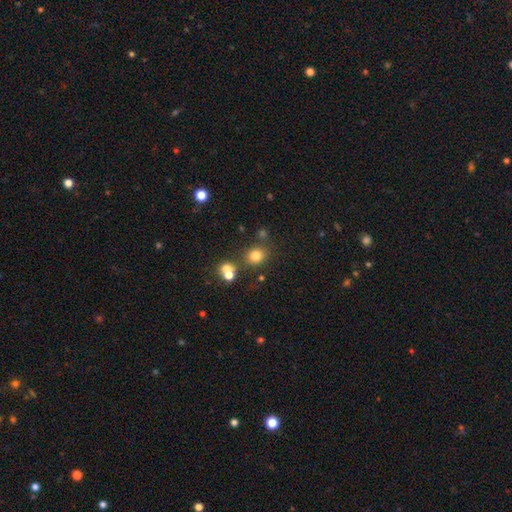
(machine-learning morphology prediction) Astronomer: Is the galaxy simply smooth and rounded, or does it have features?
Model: smooth — 77%.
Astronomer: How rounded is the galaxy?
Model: round — 76%.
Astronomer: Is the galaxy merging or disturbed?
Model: none — 76%.